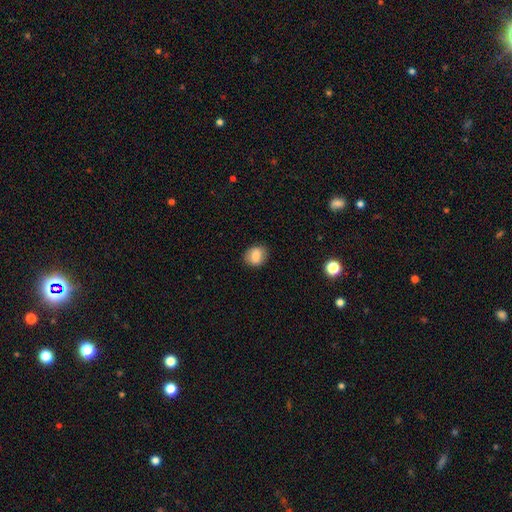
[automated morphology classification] smooth_or_featured: smooth (p=0.83) [alt: featured or disk p=0.09]
how_rounded: round (p=0.58) [alt: in between p=0.41]
merging: none (p=0.84) [alt: minor disturbance p=0.12]